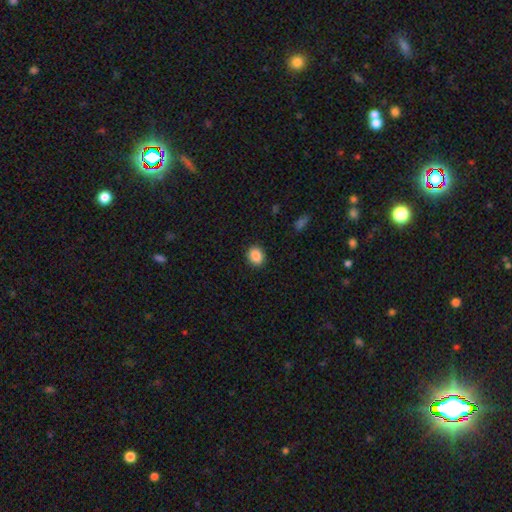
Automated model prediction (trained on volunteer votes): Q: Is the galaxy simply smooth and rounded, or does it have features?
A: smooth — 88%.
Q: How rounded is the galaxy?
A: round — 63%.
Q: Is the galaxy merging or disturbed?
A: none — 90%.